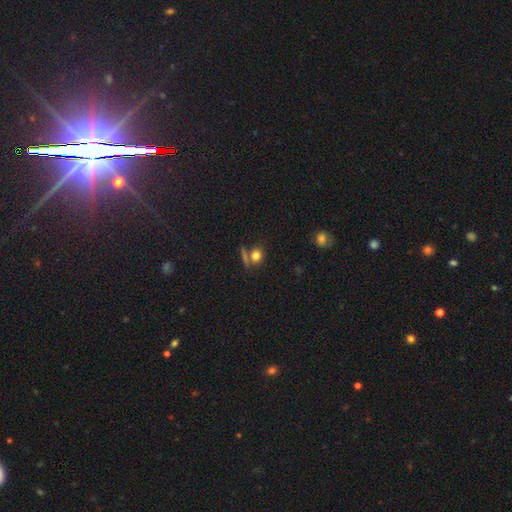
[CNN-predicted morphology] smooth 78%, star or artifact 14%, featured or disk 9%. Down the decision tree: how rounded — round (65%); merging — none (62%).